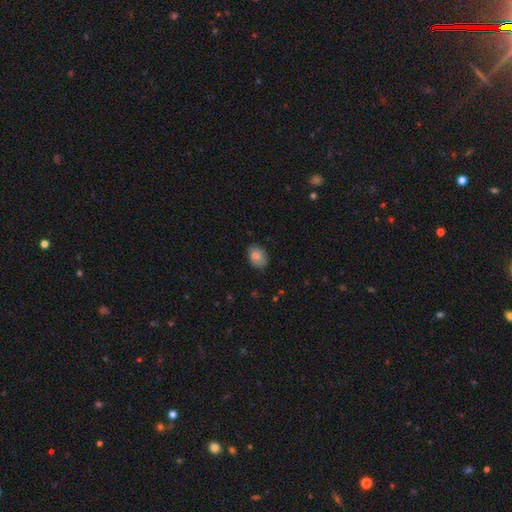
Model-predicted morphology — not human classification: Q: Smooth or featured?
A: smooth (77%); runner-up: featured or disk (14%)
Q: How rounded?
A: in between (75%); runner-up: round (23%)
Q: Merging?
A: none (81%); runner-up: minor disturbance (15%)